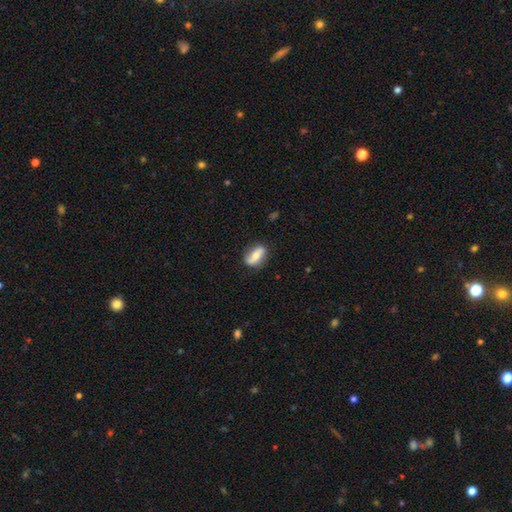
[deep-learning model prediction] A smooth galaxy with no disk features (47%).

Vote fractions:
- Smooth or featured? smooth: 47% / featured or disk: 46% / star or artifact: 7%
- Merging? none: 78% / minor disturbance: 16% / major disturbance: 4% / merger: 2%